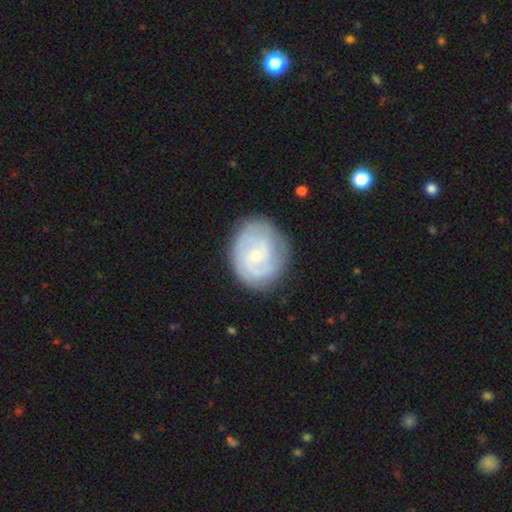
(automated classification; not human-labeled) This appears to be a featured or disk galaxy (75%) with no bar (65%), 2 (43%) tight (55%) spiral arms (92%) and a small central bulge (73%). Merging: none (77%).